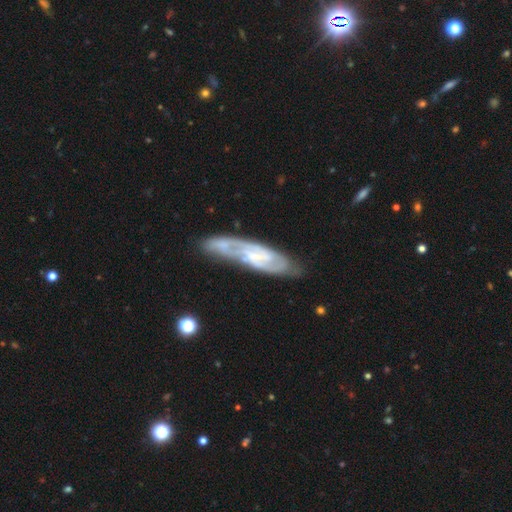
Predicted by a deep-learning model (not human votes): Overall: featured or disk (79%). Edge-on disk: no (80%). Bar: weak (44%; no 37%). Spiral arms: yes (92%). Spiral arm count: 2 (60%; can't tell 23%). Spiral winding: tight (47%; medium 42%). Bulge size: small (56%; none 20%). Merging: none (70%).